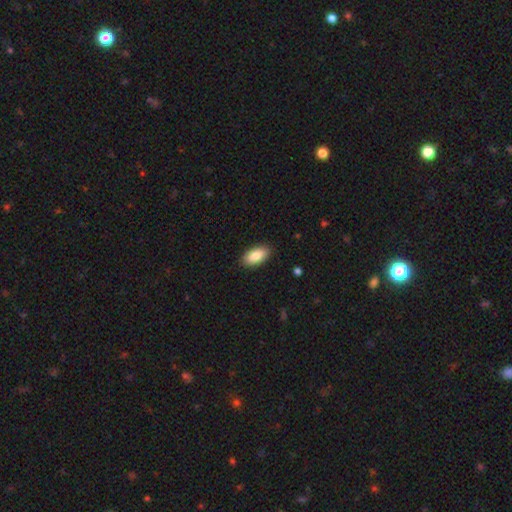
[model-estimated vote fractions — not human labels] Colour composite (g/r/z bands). It shows a smooth galaxy with no disk features (87%) that is in between round and cigar-shaped (92%). Merging: none (89%).